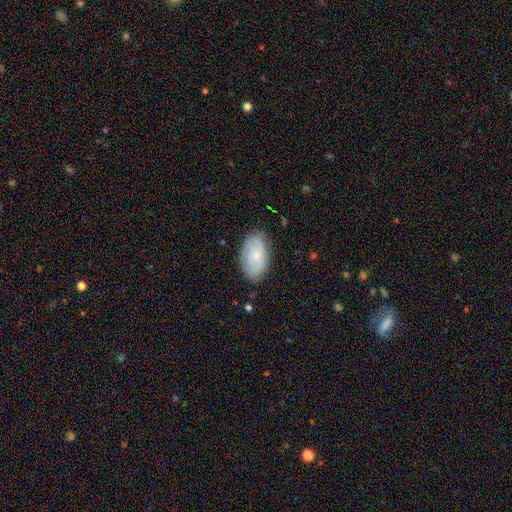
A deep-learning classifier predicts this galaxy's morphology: type=smooth (50%); roundness=in between (92%); merging=none (78%).